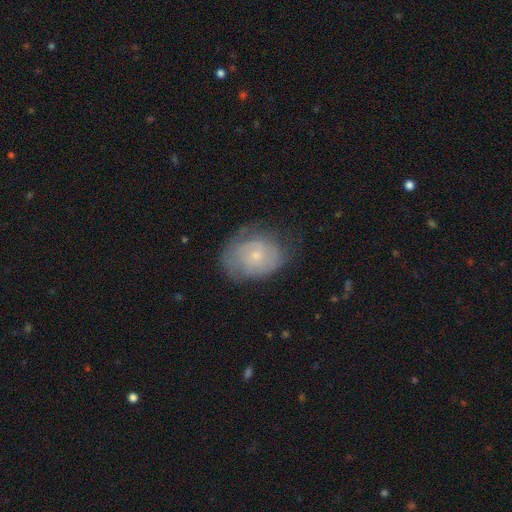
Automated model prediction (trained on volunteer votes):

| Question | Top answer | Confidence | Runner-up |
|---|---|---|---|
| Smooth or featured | featured or disk | 57% | smooth (35%) |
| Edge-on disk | no | 97% | yes (3%) |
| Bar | no | 82% | weak (15%) |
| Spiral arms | yes | 73% | no (27%) |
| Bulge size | small | 76% | moderate (20%) |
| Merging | none | 58% | minor disturbance (27%) |